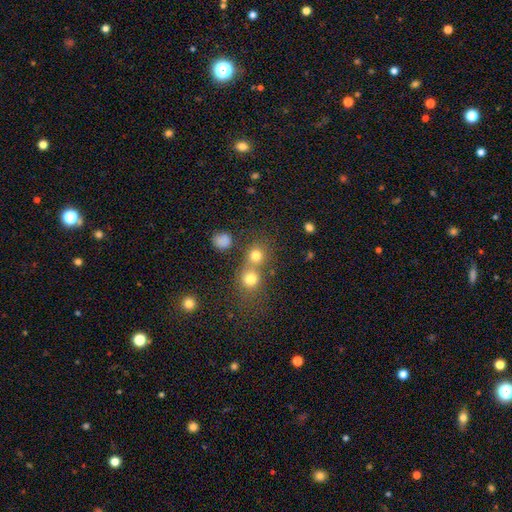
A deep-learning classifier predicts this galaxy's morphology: Smooth or featured?
  - smooth: 77% *
  - star or artifact: 15%
  - featured or disk: 8%
How rounded?
  - round: 86% *
  - in between: 13%
  - cigar-shaped: 1%
Merging?
  - none: 48% *
  - merger: 42%
  - minor disturbance: 6%
  - major disturbance: 4%